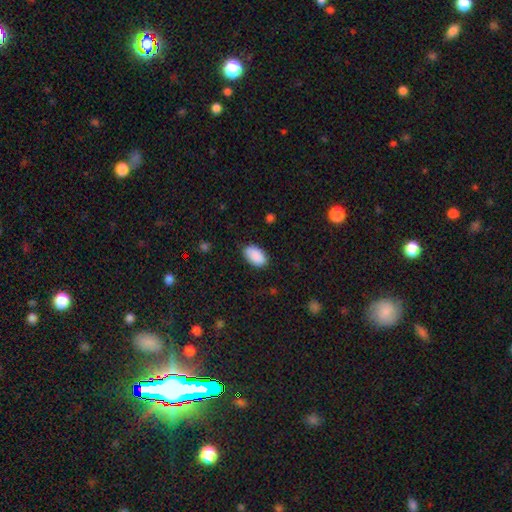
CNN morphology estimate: Overall: smooth (90%). How rounded: in between (94%). Merging: none (84%).